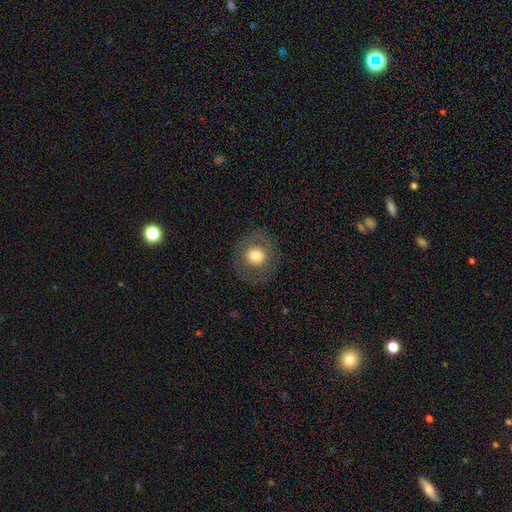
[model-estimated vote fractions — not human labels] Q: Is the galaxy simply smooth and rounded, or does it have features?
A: smooth — 68%.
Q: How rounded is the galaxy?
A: round — 89%.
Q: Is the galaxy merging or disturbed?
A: none — 84%.